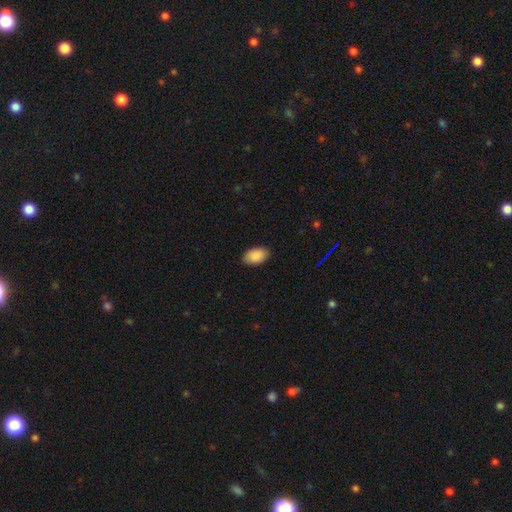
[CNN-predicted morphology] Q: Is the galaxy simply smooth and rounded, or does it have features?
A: smooth — 90%.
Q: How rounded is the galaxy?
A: in between — 93%.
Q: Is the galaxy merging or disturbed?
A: none — 88%.